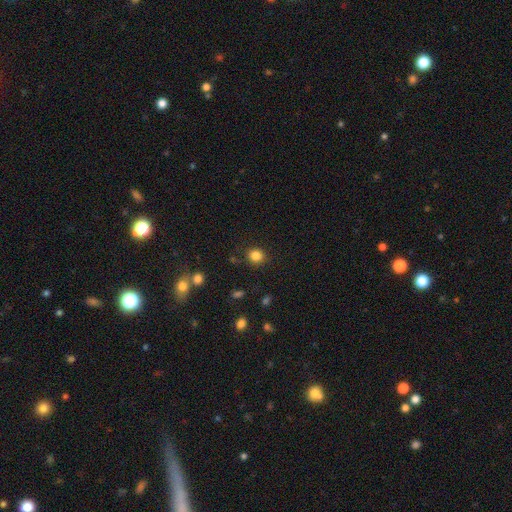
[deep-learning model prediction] This is clearly a smooth galaxy (83%). How rounded: clearly round (85%). Merging: clearly none (87%).